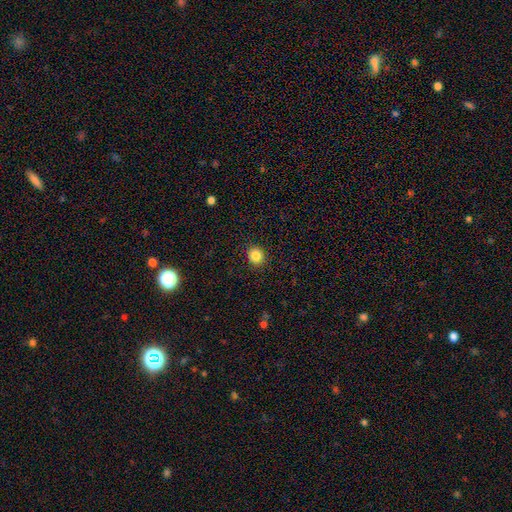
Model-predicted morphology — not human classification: Smooth or featured? smooth (86%)
How rounded? round (88%)
Merging? none (92%)